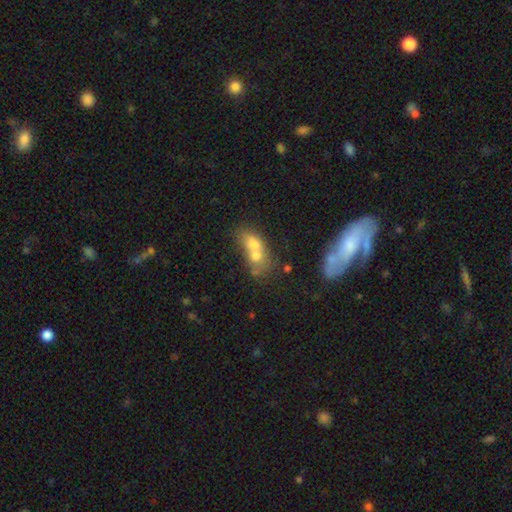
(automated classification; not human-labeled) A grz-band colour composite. It shows a smooth galaxy with no disk features (63%) that is in between round and cigar-shaped (65%). Merging: merger (72%).